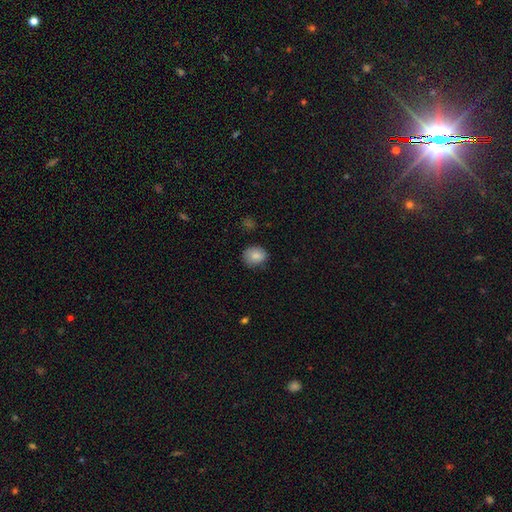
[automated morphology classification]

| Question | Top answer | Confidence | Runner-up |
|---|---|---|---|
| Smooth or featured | smooth | 85% | star or artifact (9%) |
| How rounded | round | 59% | in between (40%) |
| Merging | none | 77% | minor disturbance (18%) |